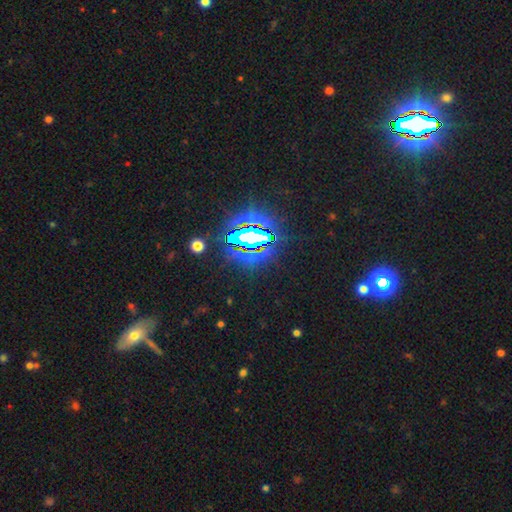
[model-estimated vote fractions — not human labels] This is clearly a star or artifact rather than a galaxy (82%).